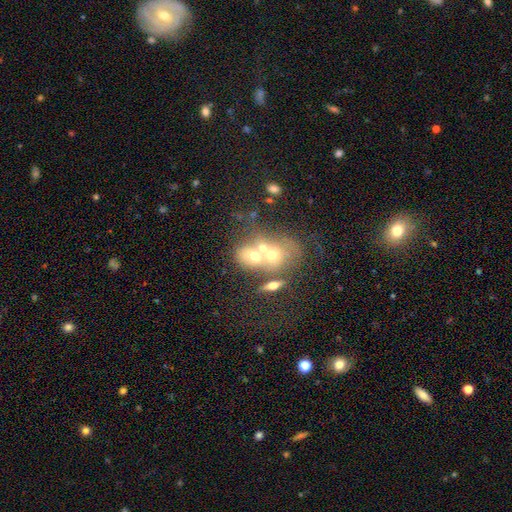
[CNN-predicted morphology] Smooth or featured?
  - featured or disk: 43% *
  - smooth: 40%
  - star or artifact: 17%
Merging?
  - merger: 63% *
  - none: 19%
  - major disturbance: 9%
  - minor disturbance: 8%